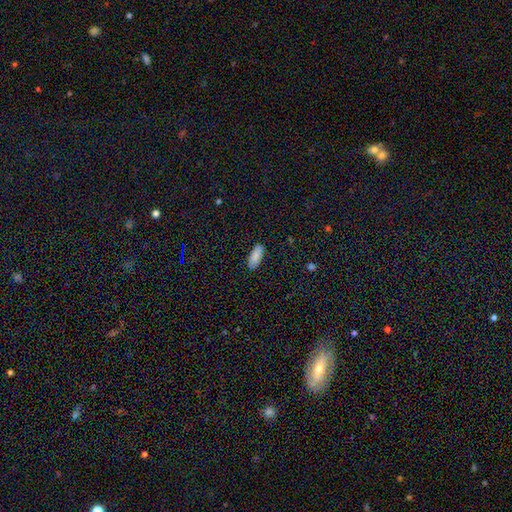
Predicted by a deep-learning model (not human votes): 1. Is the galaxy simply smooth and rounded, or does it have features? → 88% smooth, 7% star or artifact, 5% featured or disk.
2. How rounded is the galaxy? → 83% in between, 15% cigar-shaped, 2% round.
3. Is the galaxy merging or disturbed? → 88% none, 9% minor disturbance, 2% major disturbance, 1% merger.